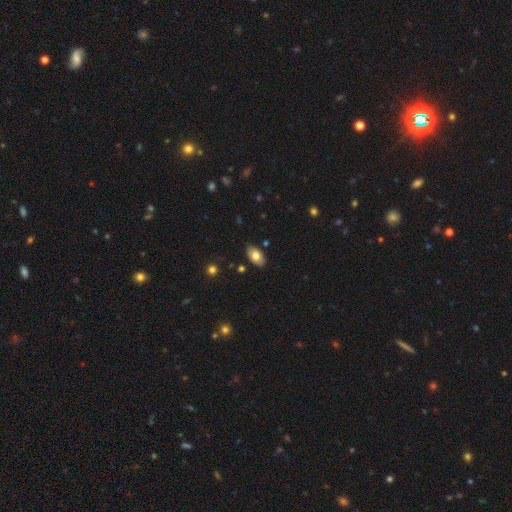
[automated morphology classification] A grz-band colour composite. It shows a smooth galaxy with no disk features (76%) that is in between round and cigar-shaped (93%). Merging: none (86%).